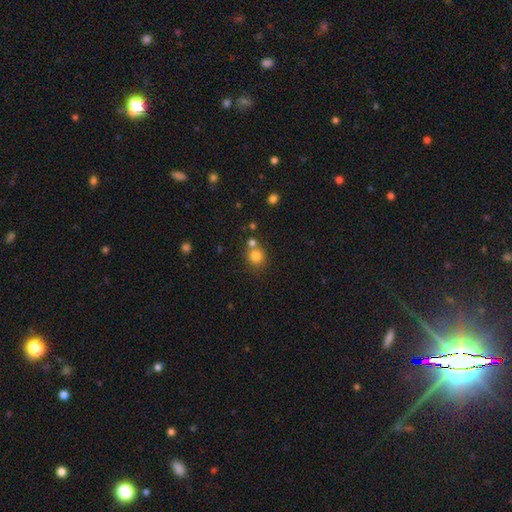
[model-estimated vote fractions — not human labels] Overall: smooth (79%). How rounded: round (85%). Merging: none (59%; merger 27%).